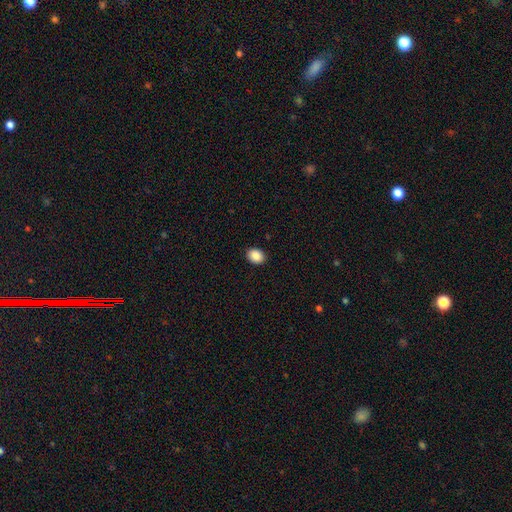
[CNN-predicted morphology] A smooth galaxy with no disk features (88%) that is in between round and cigar-shaped (54%). Merging: none (91%).